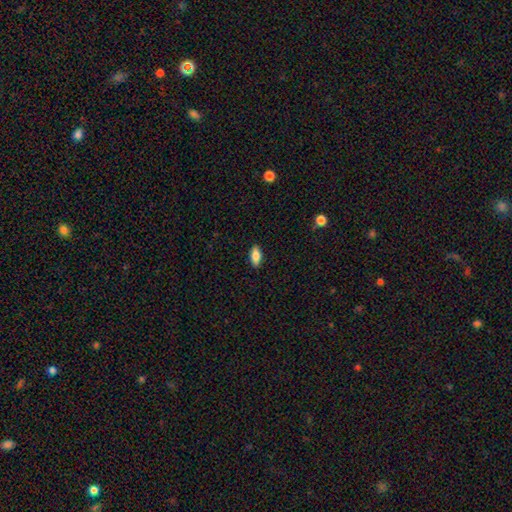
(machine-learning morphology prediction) A smooth galaxy with no disk features (81%) that is in between round and cigar-shaped (86%).

Vote fractions:
- Smooth or featured? smooth: 81% / featured or disk: 12% / star or artifact: 7%
- How rounded? in between: 86% / cigar-shaped: 11% / round: 3%
- Merging? none: 90% / minor disturbance: 8% / major disturbance: 2% / merger: 1%